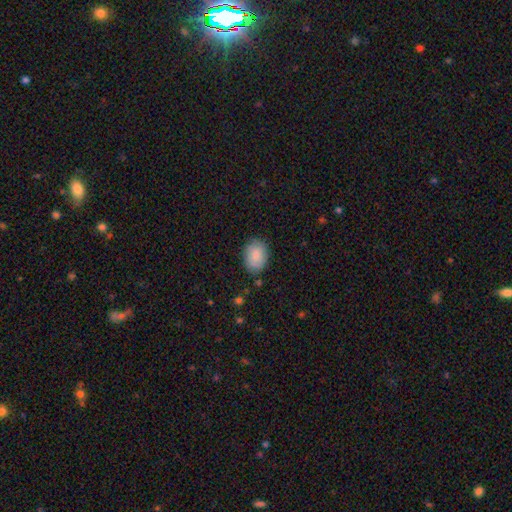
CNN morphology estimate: A smooth galaxy with no disk features (86%) that is in between round and cigar-shaped (72%).

Vote fractions:
- Smooth or featured? smooth: 86% / featured or disk: 7% / star or artifact: 7%
- How rounded? in between: 72% / round: 27% / cigar-shaped: 1%
- Merging? none: 81% / minor disturbance: 15% / major disturbance: 3% / merger: 2%